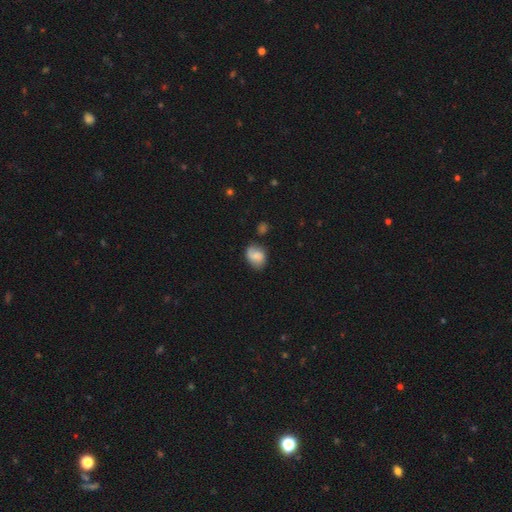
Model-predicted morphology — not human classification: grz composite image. It shows a smooth galaxy with no disk features (58%) that is in between round and cigar-shaped (54%). Merging: none (58%).